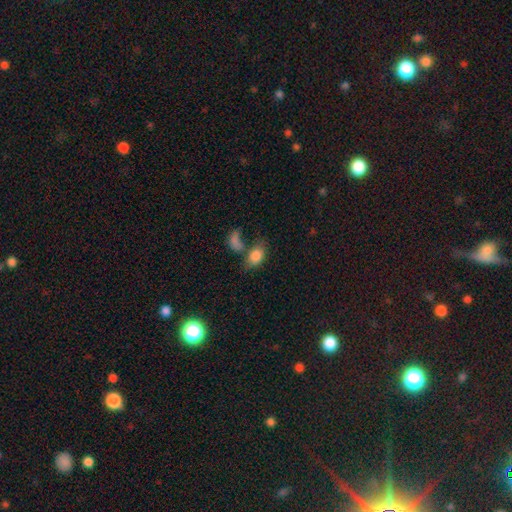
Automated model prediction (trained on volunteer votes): Smooth or featured? smooth (81%)
How rounded? in between (84%)
Merging? none (38%)